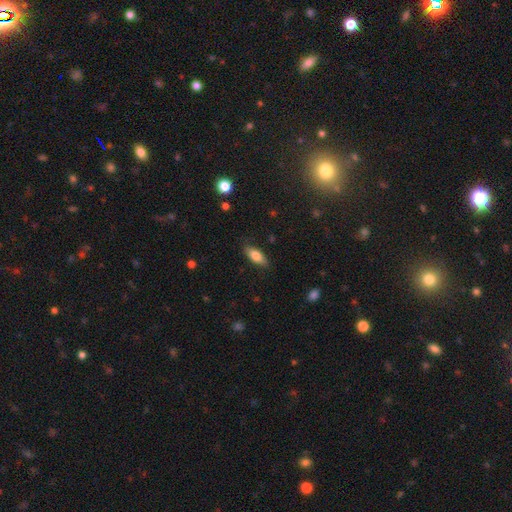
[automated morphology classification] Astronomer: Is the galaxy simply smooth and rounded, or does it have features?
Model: smooth — 77%.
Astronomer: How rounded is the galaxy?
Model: in between — 73%.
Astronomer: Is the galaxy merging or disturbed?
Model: none — 82%.